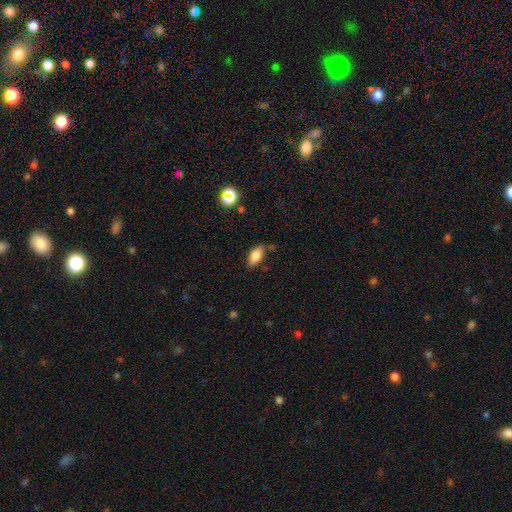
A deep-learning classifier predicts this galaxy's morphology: Q: Smooth or featured?
A: smooth (80%); runner-up: featured or disk (11%)
Q: How rounded?
A: in between (88%); runner-up: cigar-shaped (8%)
Q: Merging?
A: none (66%); runner-up: minor disturbance (24%)